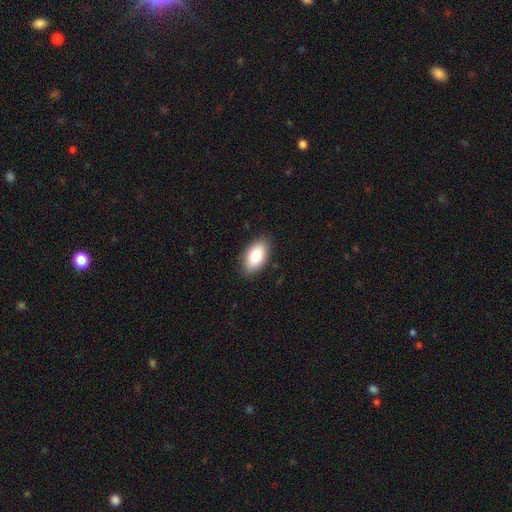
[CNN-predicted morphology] Smooth or featured?
  - smooth: 85% *
  - featured or disk: 8%
  - star or artifact: 6%
How rounded?
  - in between: 94% *
  - round: 3%
  - cigar-shaped: 2%
Merging?
  - none: 86% *
  - minor disturbance: 10%
  - major disturbance: 2%
  - merger: 1%